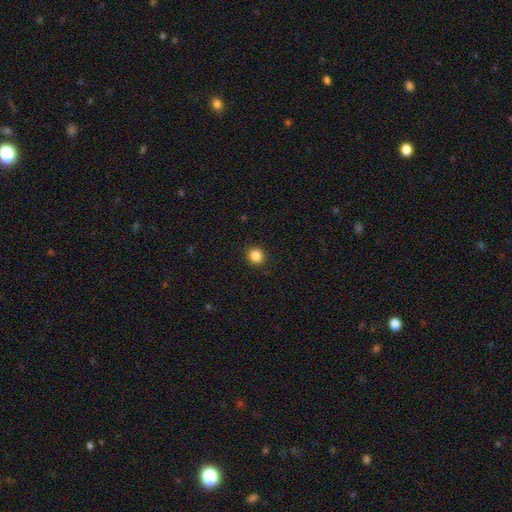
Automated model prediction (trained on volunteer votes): Smooth or featured: smooth — 86% (star or artifact — 11%)
How rounded: round — 89% (in between — 10%)
Merging: none — 91% (minor disturbance — 6%)